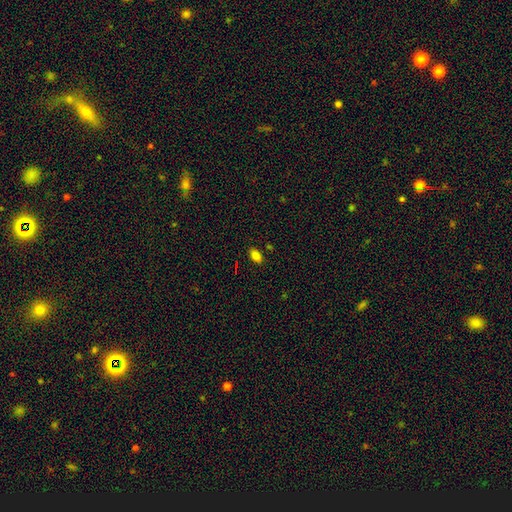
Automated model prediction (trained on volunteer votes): Overall: smooth (83%). How rounded: in between (90%). Merging: none (86%).